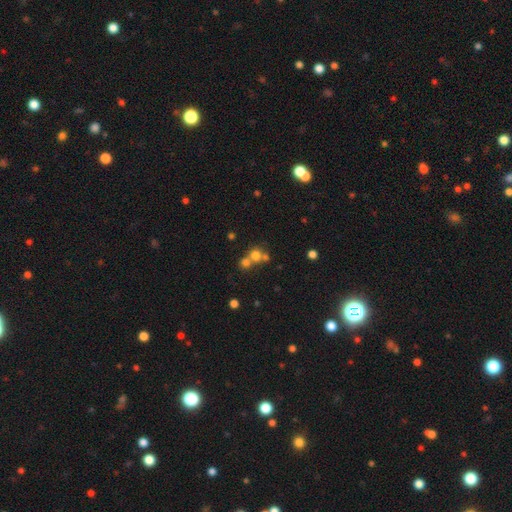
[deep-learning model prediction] smooth 69%, star or artifact 17%, featured or disk 14%. Down the decision tree: how rounded — round (85%); merging — merger (50%).